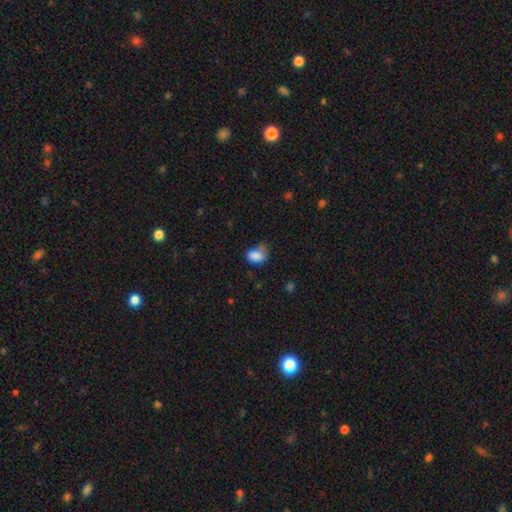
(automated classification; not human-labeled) Smooth or featured?
  - smooth: 84% *
  - star or artifact: 9%
  - featured or disk: 7%
How rounded?
  - in between: 78% *
  - round: 21%
  - cigar-shaped: 1%
Merging?
  - none: 43% *
  - minor disturbance: 36%
  - major disturbance: 14%
  - merger: 6%